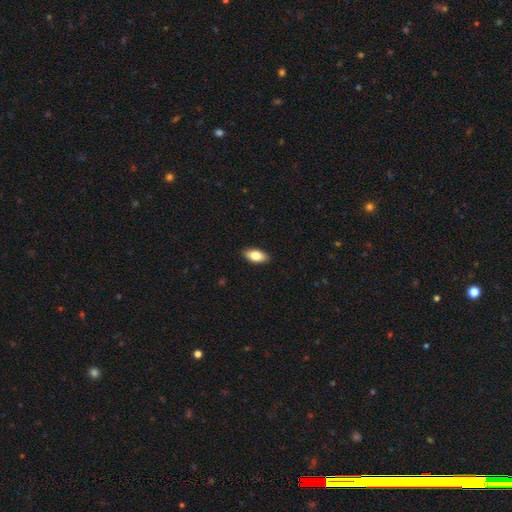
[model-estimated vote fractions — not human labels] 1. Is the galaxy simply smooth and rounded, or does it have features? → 81% smooth, 12% featured or disk, 6% star or artifact.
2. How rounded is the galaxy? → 90% in between, 7% cigar-shaped, 3% round.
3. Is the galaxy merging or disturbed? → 90% none, 8% minor disturbance, 2% major disturbance, 1% merger.